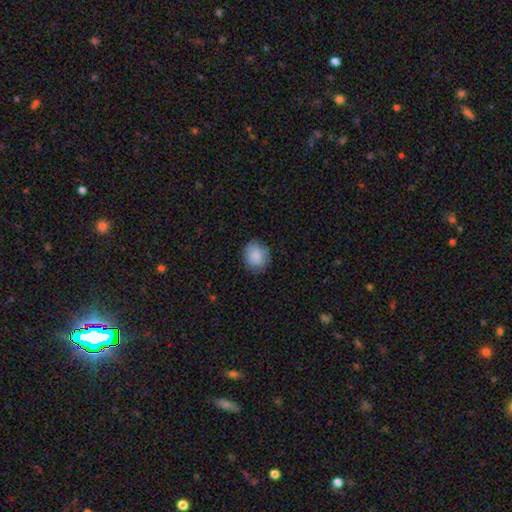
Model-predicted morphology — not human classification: smooth 85%, featured or disk 8%, star or artifact 8%. Down the decision tree: how rounded — round (76%); merging — none (82%).